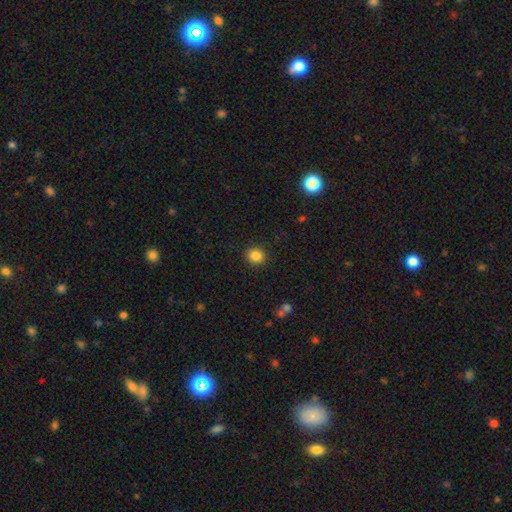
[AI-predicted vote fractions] Smooth or featured? smooth (85%)
How rounded? round (84%)
Merging? none (91%)